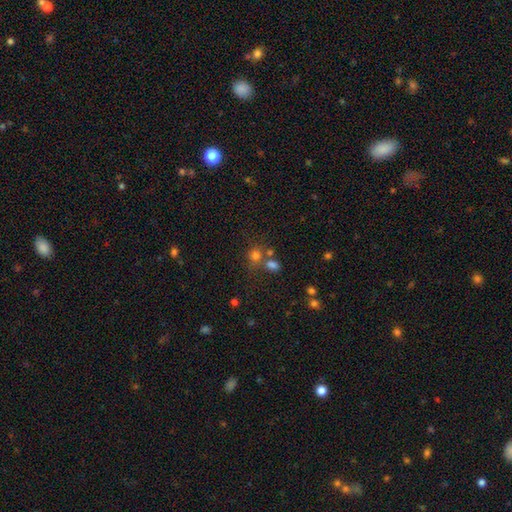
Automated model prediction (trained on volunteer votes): Smooth or featured? Predicted: smooth (p=0.72). How rounded? Predicted: round (p=0.75). Merging? Predicted: none (p=0.56).